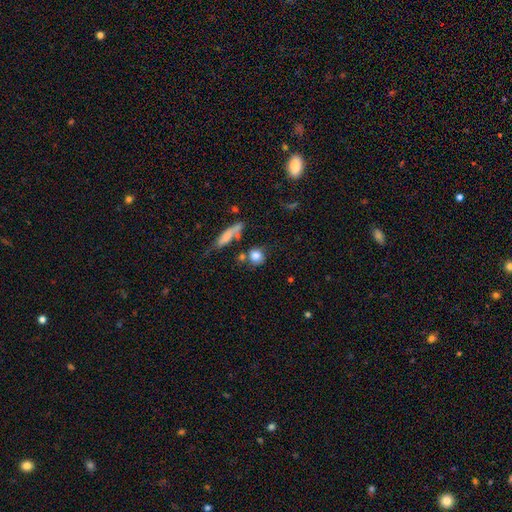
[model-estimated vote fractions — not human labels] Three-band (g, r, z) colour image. It shows a smooth galaxy with no disk features (80%) that is round (77%). Merging: none (63%).